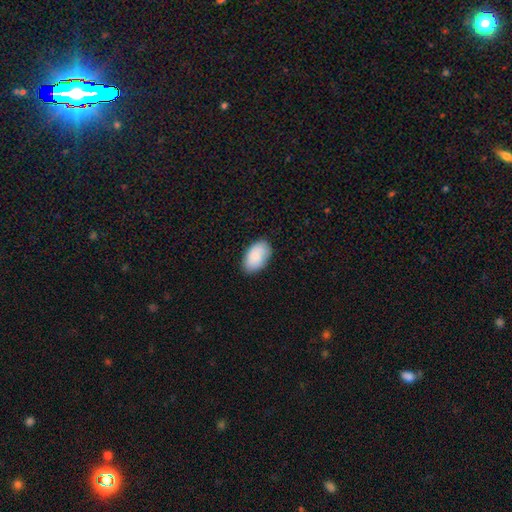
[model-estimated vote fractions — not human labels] smooth 86%, featured or disk 8%, star or artifact 6%. Down the decision tree: how rounded — in between (94%); merging — none (82%).